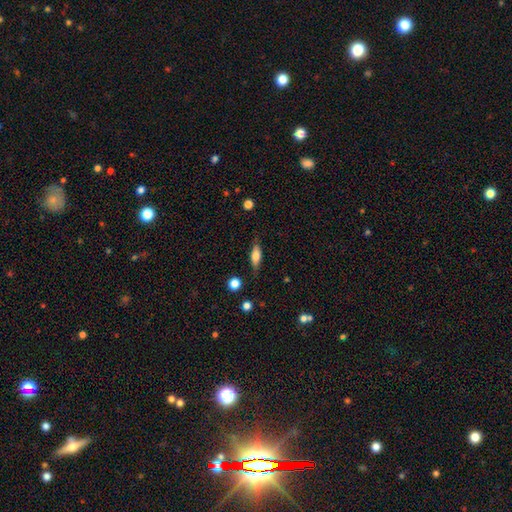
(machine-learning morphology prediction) The model was most divided on "how rounded": in between: 63%, cigar-shaped: 33%, round: 4%. More confident: merging — none (80%); smooth or featured — smooth (65%).